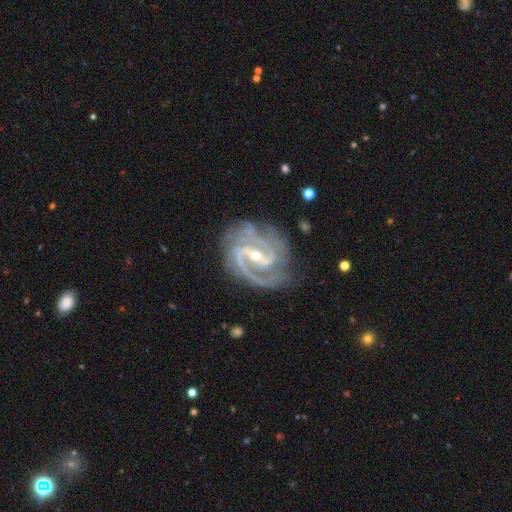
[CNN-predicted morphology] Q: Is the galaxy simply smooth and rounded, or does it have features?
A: featured or disk — 93%.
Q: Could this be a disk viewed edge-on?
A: no — 98%.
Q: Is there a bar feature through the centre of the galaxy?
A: strong — 48%.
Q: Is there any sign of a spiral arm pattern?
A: yes — 99%.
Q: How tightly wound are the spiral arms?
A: medium — 48%.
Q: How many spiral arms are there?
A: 2 — 60%.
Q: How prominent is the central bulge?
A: small — 64%.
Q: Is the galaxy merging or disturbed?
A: none — 72%.